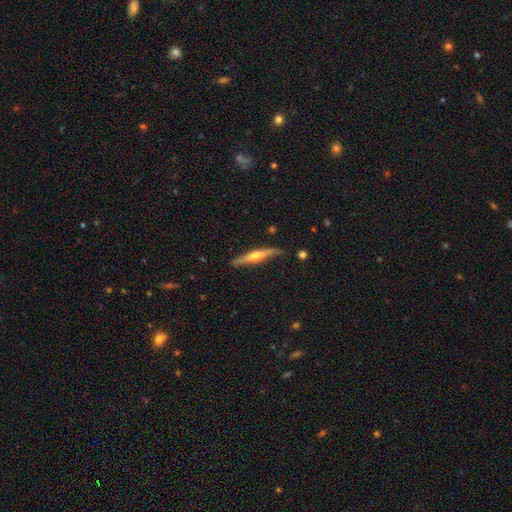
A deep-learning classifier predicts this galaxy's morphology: This appears to be a featured or disk galaxy (69%) viewed edge-on (96%) with a rounded central bulge (86%). Merging: none (82%).